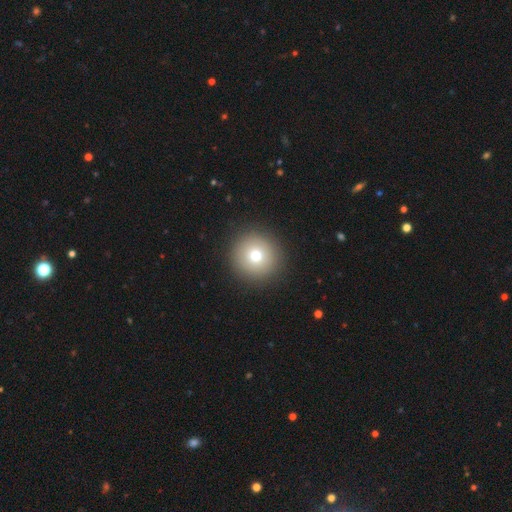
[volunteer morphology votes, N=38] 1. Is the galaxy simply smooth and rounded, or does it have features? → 79% smooth, 21% featured or disk, 0% star or artifact.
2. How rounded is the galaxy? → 100% round, 0% in between, 0% cigar-shaped.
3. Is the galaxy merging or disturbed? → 95% none, 5% minor disturbance, 0% major disturbance, 0% merger.